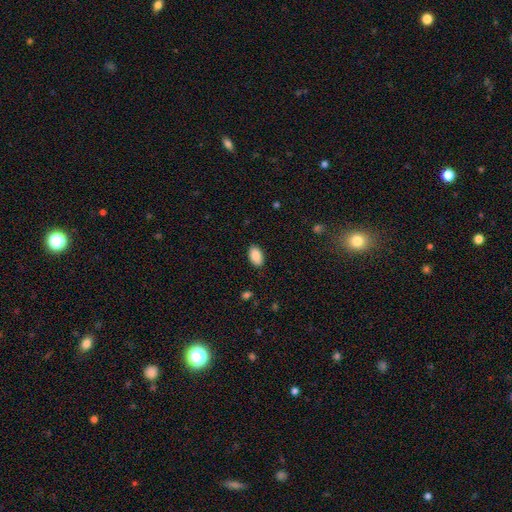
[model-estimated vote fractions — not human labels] Smooth or featured? Predicted: smooth (p=0.89). How rounded? Predicted: in between (p=0.94). Merging? Predicted: none (p=0.88).